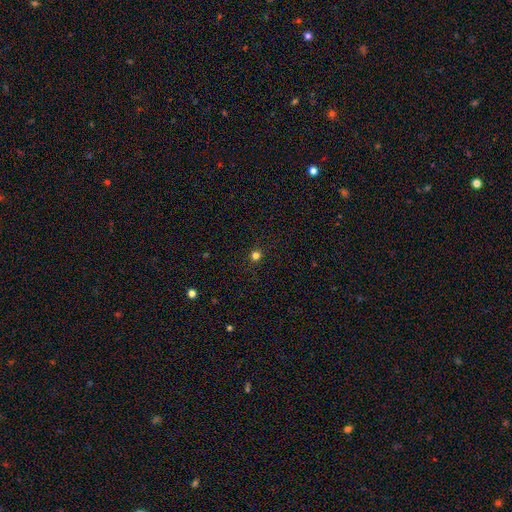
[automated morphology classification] Smooth or featured: smooth — 77% (star or artifact — 19%)
How rounded: round — 94% (in between — 5%)
Merging: none — 91% (minor disturbance — 6%)